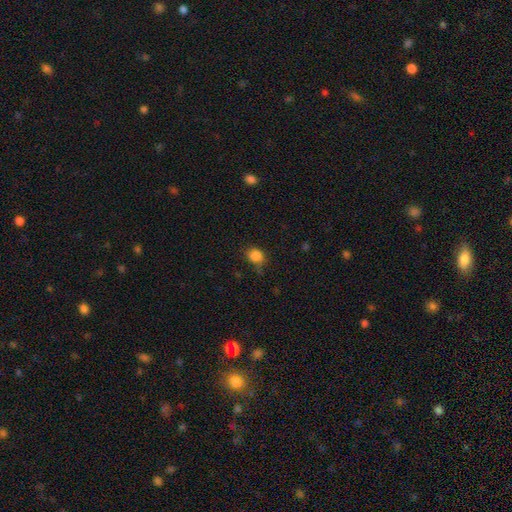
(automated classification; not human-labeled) Smooth or featured?
  - smooth: 84% *
  - star or artifact: 11%
  - featured or disk: 5%
How rounded?
  - round: 63% *
  - in between: 36%
  - cigar-shaped: 1%
Merging?
  - none: 56% *
  - minor disturbance: 30%
  - major disturbance: 10%
  - merger: 4%